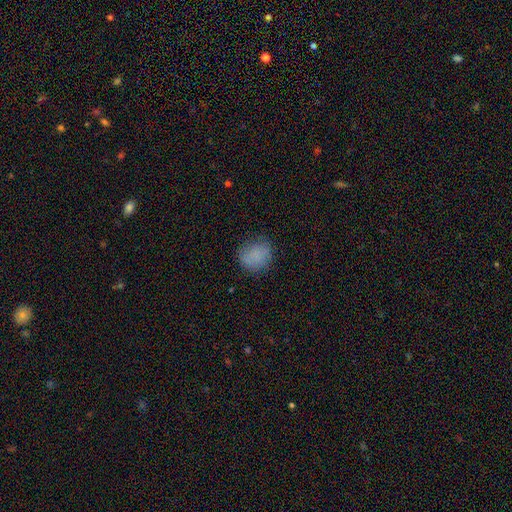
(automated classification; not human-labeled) Overall: smooth (83%). How rounded: round (78%). Merging: none (76%).